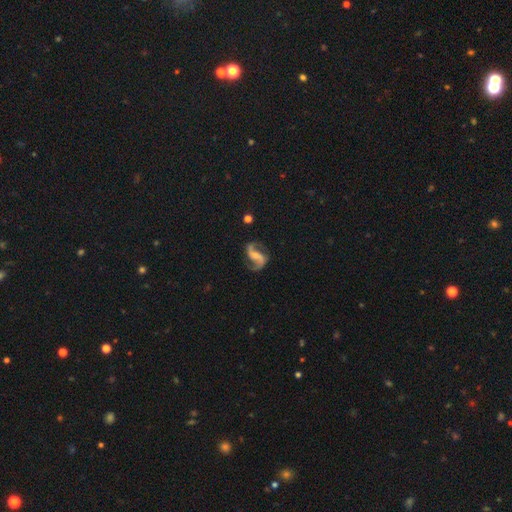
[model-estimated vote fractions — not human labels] Overall: featured or disk (90%). Edge-on disk: no (98%). Bar: weak (41%; no 32%). Spiral arms: yes (97%). Spiral arm count: 2 (94%). Spiral winding: loose (59%; medium 34%). Bulge size: small (50%; moderate 28%). Merging: none (77%).